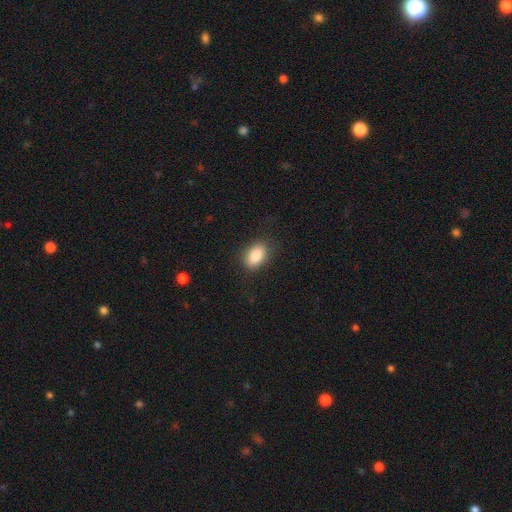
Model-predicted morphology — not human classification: This is clearly a smooth galaxy (85%). How rounded: clearly in between (86%). Merging: clearly none (85%).